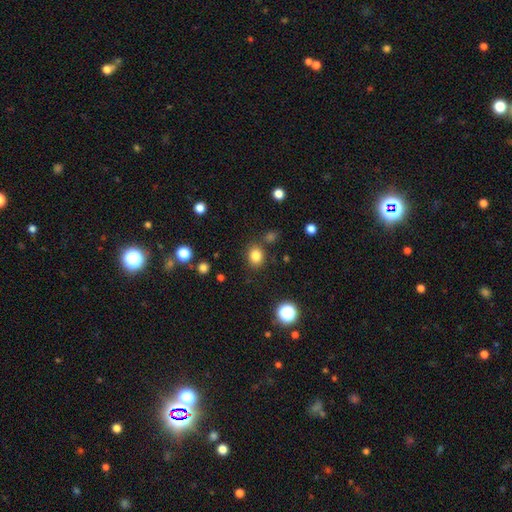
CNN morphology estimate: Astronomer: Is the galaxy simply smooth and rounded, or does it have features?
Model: smooth — 82%.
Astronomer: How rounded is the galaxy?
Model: round — 58% (runner-up: in between, 42%).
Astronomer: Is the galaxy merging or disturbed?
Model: none — 81%.